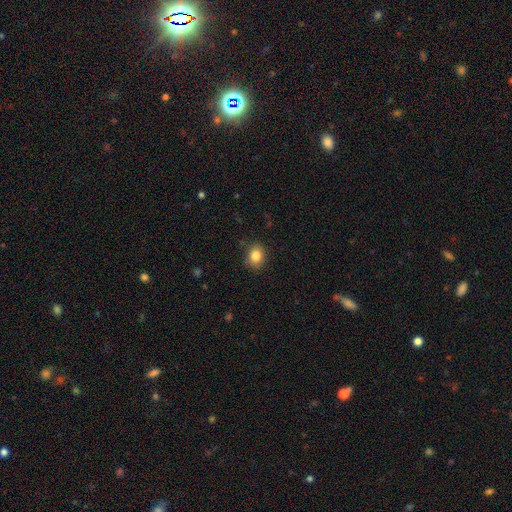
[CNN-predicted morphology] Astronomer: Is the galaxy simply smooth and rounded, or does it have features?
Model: smooth — 85%.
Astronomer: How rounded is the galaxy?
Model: round — 55% (runner-up: in between, 44%).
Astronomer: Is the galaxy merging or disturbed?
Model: none — 85%.